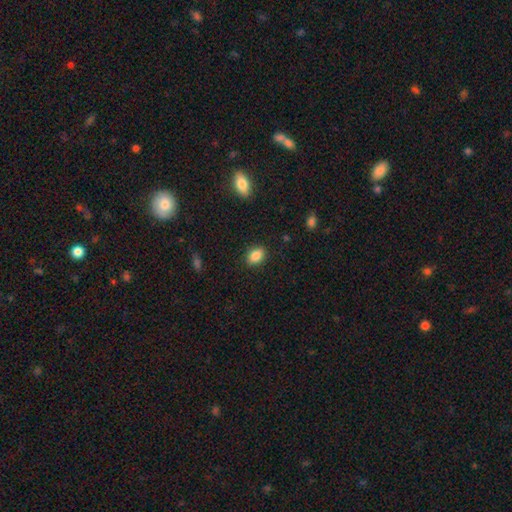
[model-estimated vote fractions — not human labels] Morphology: type=smooth (86%); roundness=in between (79%); merging=none (88%).